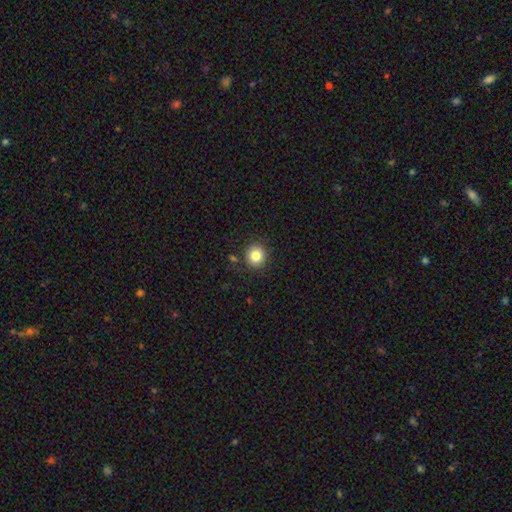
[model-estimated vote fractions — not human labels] Overall: smooth (83%). How rounded: round (91%). Merging: none (89%).